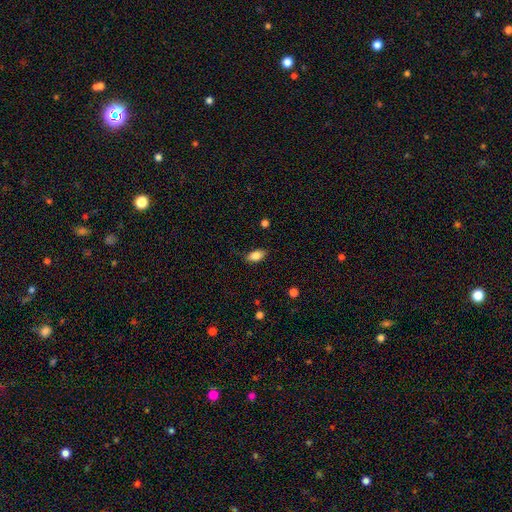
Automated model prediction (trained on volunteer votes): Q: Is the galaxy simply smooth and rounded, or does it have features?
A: smooth — 83%.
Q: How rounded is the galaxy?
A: in between — 89%.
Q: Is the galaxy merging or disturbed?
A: none — 81%.